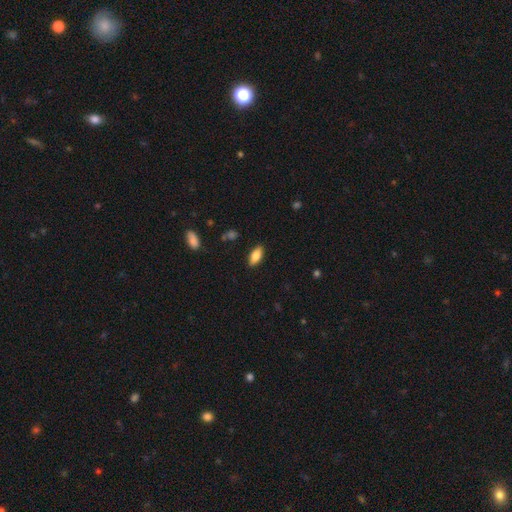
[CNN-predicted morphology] smooth 80%, featured or disk 13%, star or artifact 7%. Down the decision tree: how rounded — in between (87%); merging — none (87%).